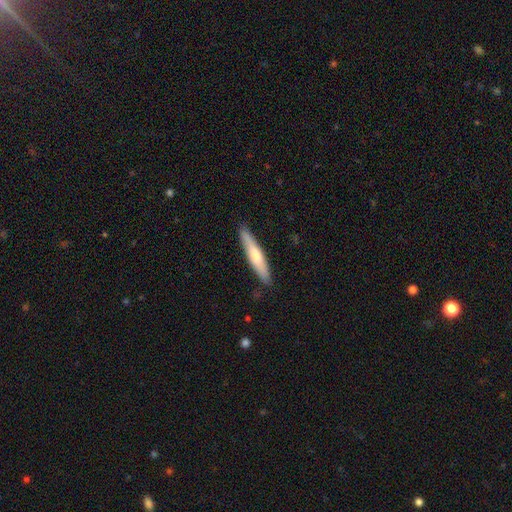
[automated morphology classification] This is likely a smooth galaxy (60%). How rounded: clearly cigar-shaped (89%). Merging: clearly none (89%).